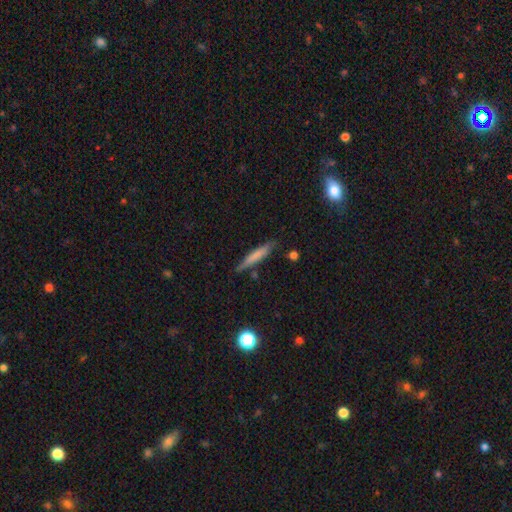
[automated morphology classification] smooth_or_featured: smooth (p=0.68) [alt: featured or disk p=0.25]
how_rounded: cigar-shaped (p=0.92) [alt: in between p=0.07]
merging: none (p=0.81) [alt: minor disturbance p=0.14]